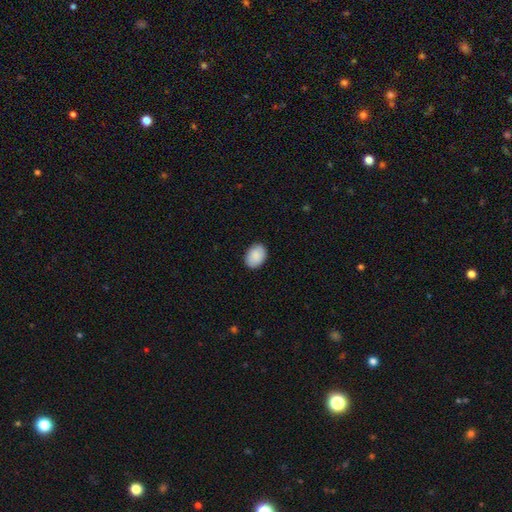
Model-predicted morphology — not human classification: Smooth or featured? Predicted: smooth (p=0.89). How rounded? Predicted: in between (p=0.75). Merging? Predicted: none (p=0.88).